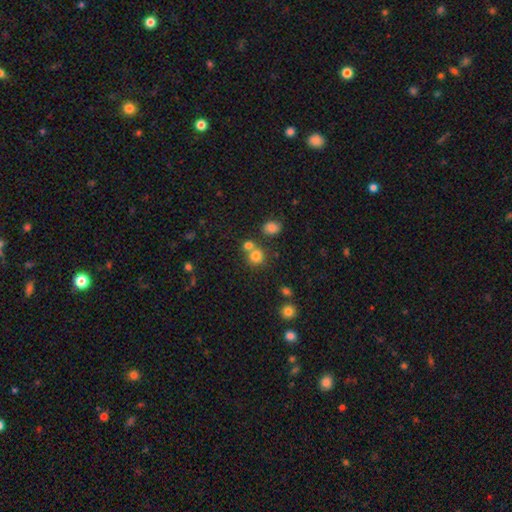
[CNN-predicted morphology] Smooth or featured? Predicted: smooth (p=0.78). How rounded? Predicted: round (p=0.86). Merging? Predicted: none (p=0.58).